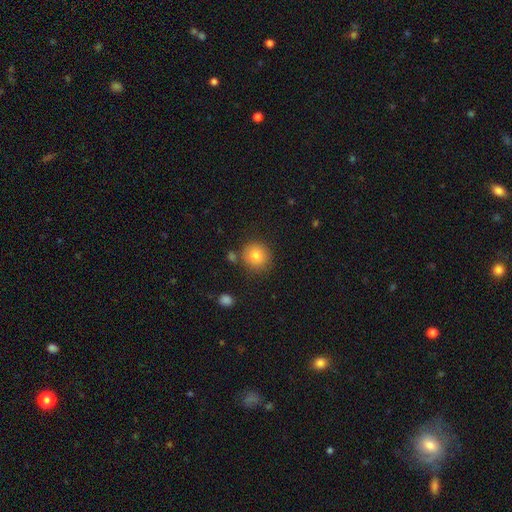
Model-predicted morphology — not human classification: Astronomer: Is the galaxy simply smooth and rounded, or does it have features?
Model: smooth — 82%.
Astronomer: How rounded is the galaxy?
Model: round — 88%.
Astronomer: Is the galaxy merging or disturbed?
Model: none — 81%.